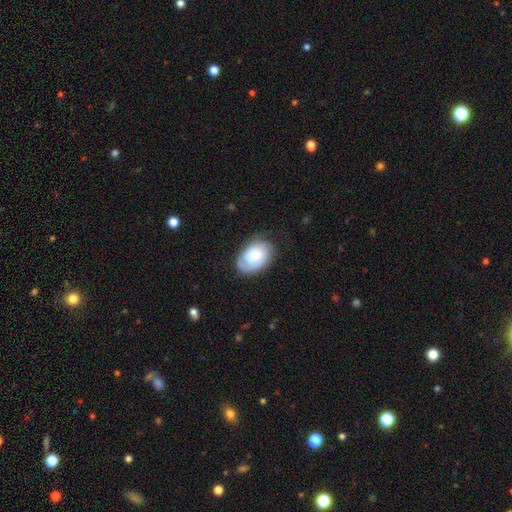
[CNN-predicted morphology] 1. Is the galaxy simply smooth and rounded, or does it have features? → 51% smooth, 43% featured or disk, 7% star or artifact.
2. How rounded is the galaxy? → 84% in between, 15% round, 1% cigar-shaped.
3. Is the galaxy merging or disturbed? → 67% none, 24% minor disturbance, 8% major disturbance, 1% merger.